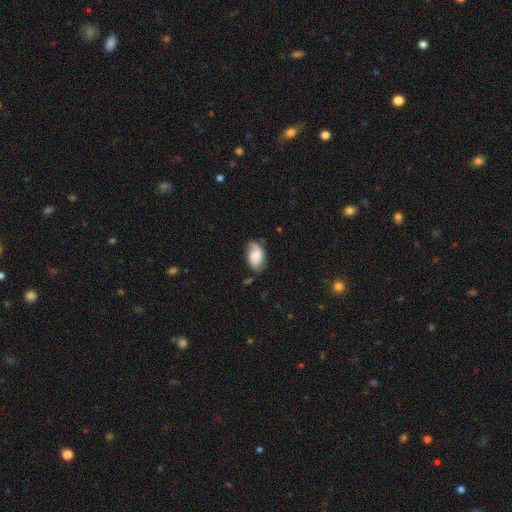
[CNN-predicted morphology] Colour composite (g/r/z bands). It shows a smooth galaxy with no disk features (58%) that is in between round and cigar-shaped (91%). Merging: none (66%).